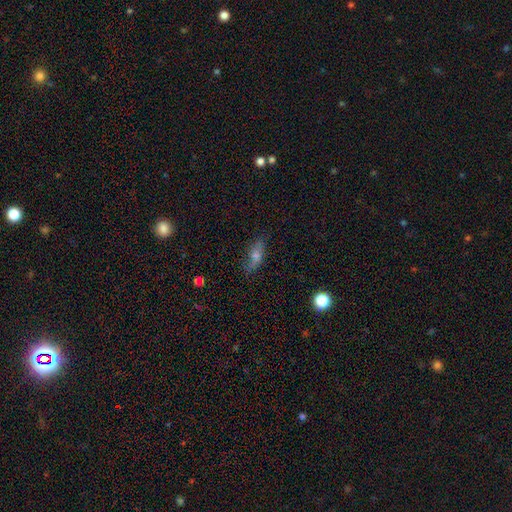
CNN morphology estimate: Overall: smooth (50%; featured or disk 37%). Merging: none (76%).